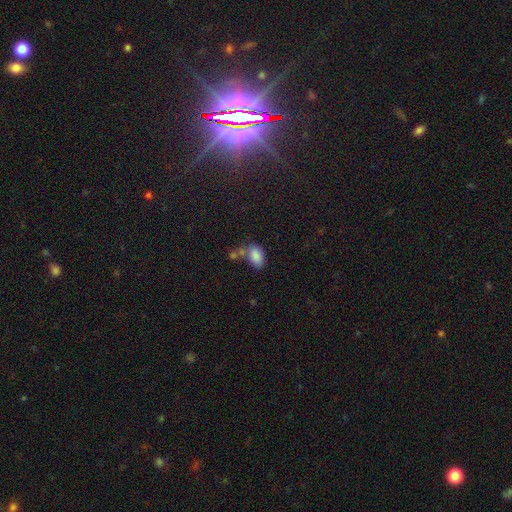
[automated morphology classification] Smooth or featured?
  - smooth: 84% *
  - star or artifact: 10%
  - featured or disk: 6%
How rounded?
  - in between: 90% *
  - round: 8%
  - cigar-shaped: 2%
Merging?
  - none: 46% *
  - merger: 27%
  - minor disturbance: 19%
  - major disturbance: 8%